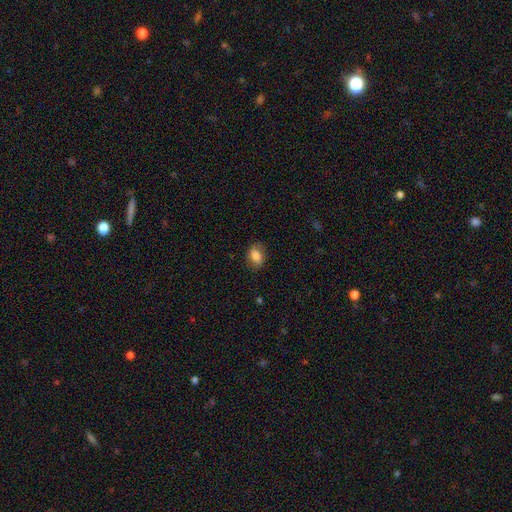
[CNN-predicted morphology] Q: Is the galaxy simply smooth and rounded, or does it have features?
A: smooth — 81%.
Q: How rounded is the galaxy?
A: in between — 79%.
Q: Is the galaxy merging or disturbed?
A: none — 78%.